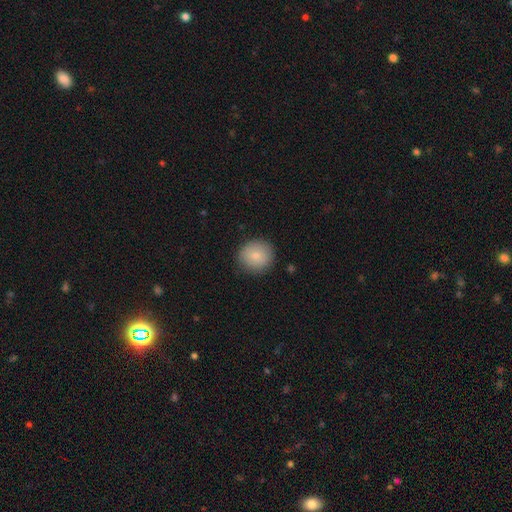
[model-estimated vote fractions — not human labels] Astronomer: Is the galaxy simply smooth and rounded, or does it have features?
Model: smooth — 79%.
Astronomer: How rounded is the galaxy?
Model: round — 88%.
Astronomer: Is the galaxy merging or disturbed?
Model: none — 87%.